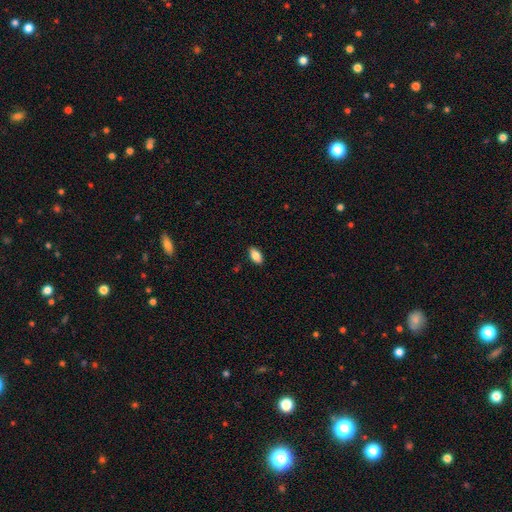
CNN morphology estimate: Overall: smooth (85%). How rounded: in between (91%). Merging: none (88%).